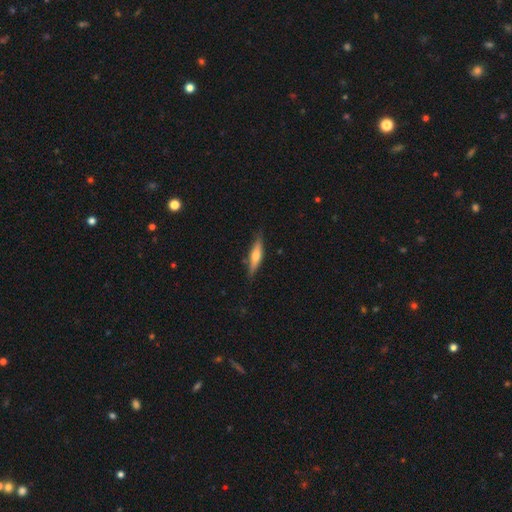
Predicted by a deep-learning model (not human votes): Smooth or featured: smooth — 51% (featured or disk — 43%)
How rounded: cigar-shaped — 77% (in between — 21%)
Merging: none — 82% (minor disturbance — 14%)